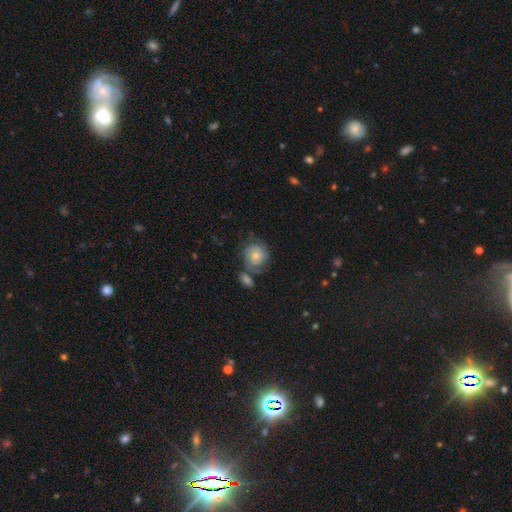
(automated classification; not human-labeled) Overall: smooth (48%; featured or disk 43%). Merging: none (56%; minor disturbance 18%).